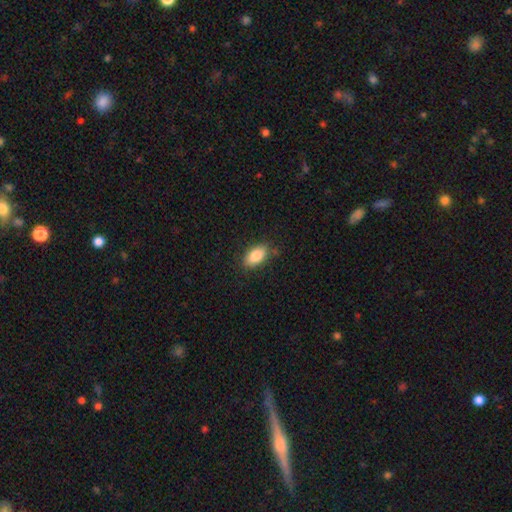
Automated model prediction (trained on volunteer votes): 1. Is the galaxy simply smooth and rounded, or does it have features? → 84% smooth, 9% featured or disk, 7% star or artifact.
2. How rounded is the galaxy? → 90% in between, 6% round, 4% cigar-shaped.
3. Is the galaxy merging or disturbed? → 81% none, 14% minor disturbance, 3% major disturbance, 2% merger.